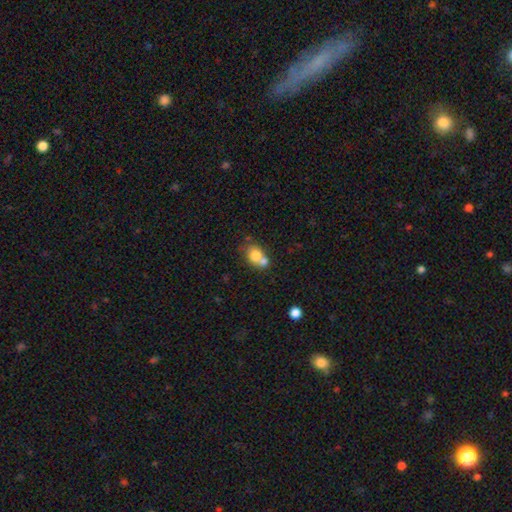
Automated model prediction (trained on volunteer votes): smooth 75%, featured or disk 16%, star or artifact 9%. Down the decision tree: how rounded — round (55%); merging — merger (54%).